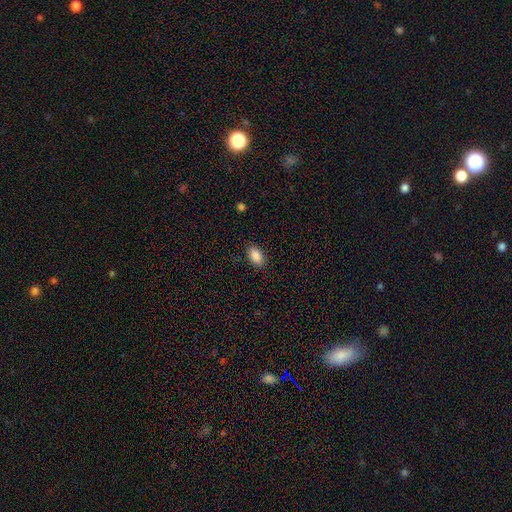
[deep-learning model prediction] A smooth galaxy with no disk features (88%) that is in between round and cigar-shaped (91%). Merging: none (86%).